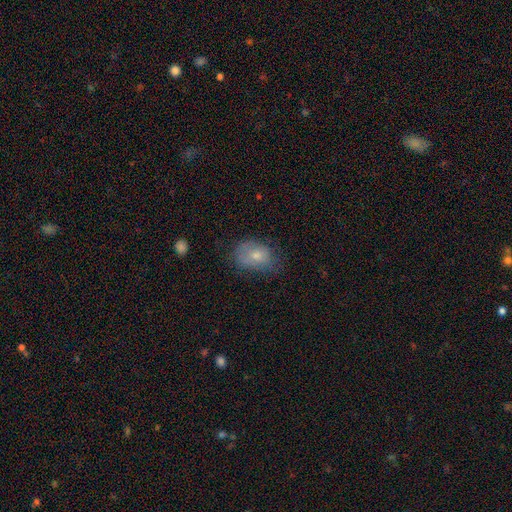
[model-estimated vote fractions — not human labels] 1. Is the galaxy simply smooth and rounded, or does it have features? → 72% smooth, 20% featured or disk, 9% star or artifact.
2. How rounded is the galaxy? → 74% in between, 25% round, 1% cigar-shaped.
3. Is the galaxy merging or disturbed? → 53% none, 32% minor disturbance, 14% major disturbance, 2% merger.